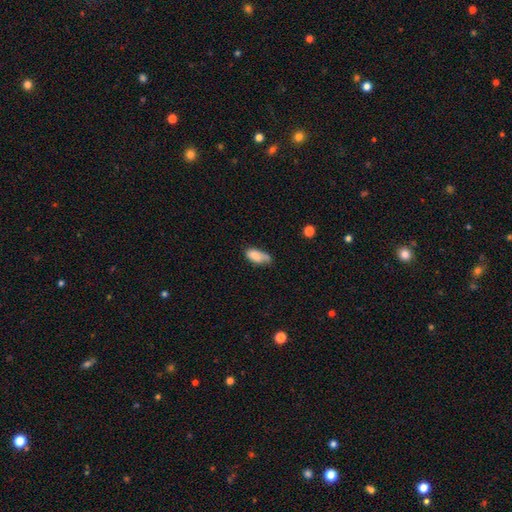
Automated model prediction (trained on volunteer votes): Morphology: type=smooth (80%); roundness=in between (88%); merging=none (42%).